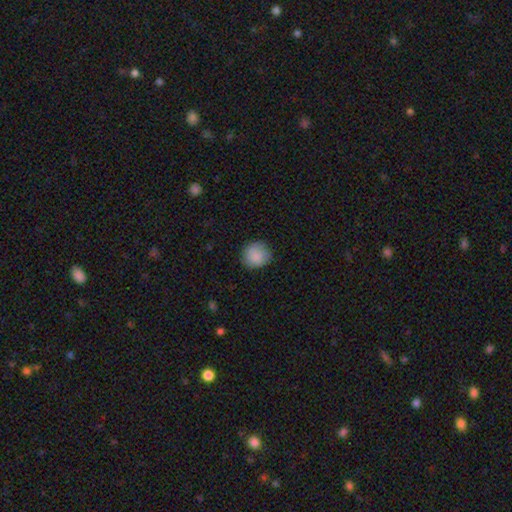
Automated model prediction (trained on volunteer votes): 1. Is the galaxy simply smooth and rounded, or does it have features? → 88% smooth, 7% star or artifact, 5% featured or disk.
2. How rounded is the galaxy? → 89% round, 10% in between, 1% cigar-shaped.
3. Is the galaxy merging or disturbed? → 83% none, 13% minor disturbance, 3% major disturbance, 1% merger.